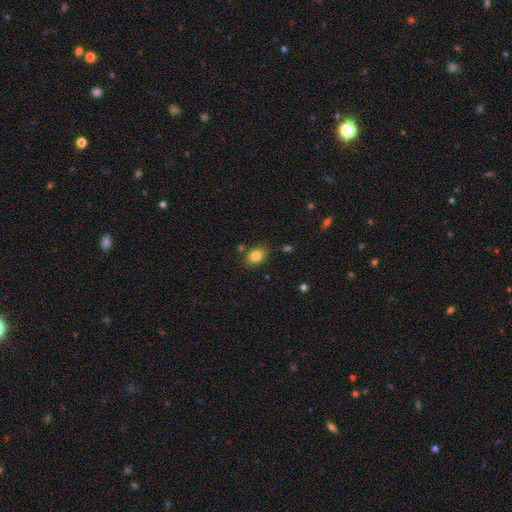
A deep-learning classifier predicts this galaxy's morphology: smooth-or-featured: smooth: 83% | star or artifact: 9% | featured or disk: 8%
  how-rounded: in between: 74% | round: 25% | cigar-shaped: 1%
  merging: none: 81% | minor disturbance: 12% | merger: 4% | major disturbance: 3%